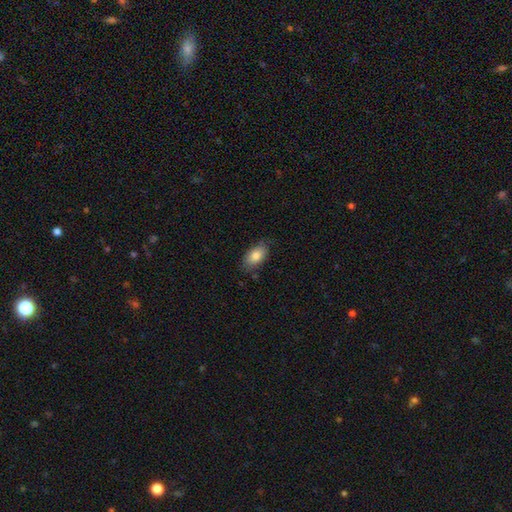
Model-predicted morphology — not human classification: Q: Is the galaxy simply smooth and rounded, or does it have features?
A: smooth — 82%.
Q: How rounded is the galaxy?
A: in between — 92%.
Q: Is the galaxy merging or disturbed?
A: none — 75%.